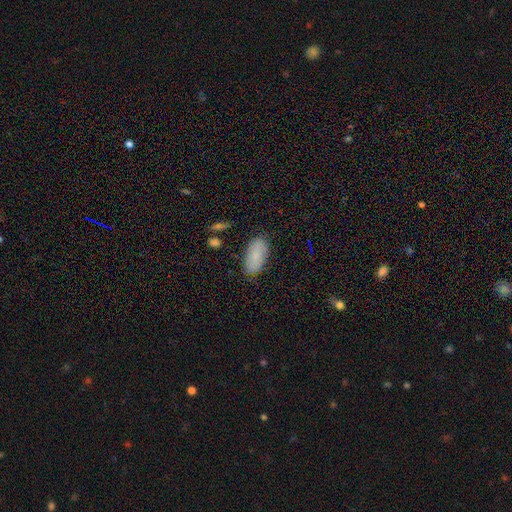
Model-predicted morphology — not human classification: smooth-or-featured: smooth: 83% | featured or disk: 10% | star or artifact: 7%
  how-rounded: in between: 91% | cigar-shaped: 7% | round: 2%
  merging: none: 84% | minor disturbance: 12% | major disturbance: 3% | merger: 2%